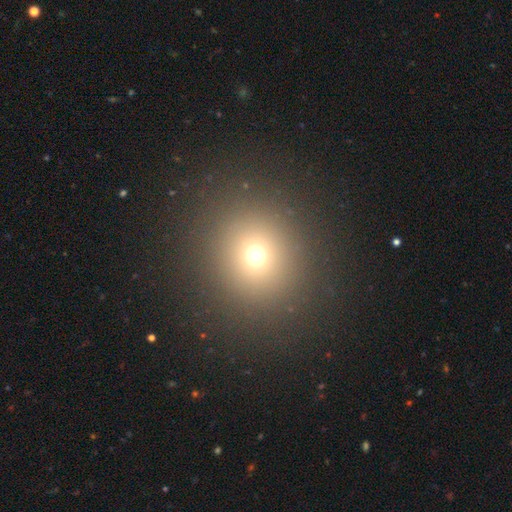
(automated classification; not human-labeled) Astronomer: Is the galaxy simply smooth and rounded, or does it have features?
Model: smooth — 68%.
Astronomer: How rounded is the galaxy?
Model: round — 88%.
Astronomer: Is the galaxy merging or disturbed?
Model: none — 90%.